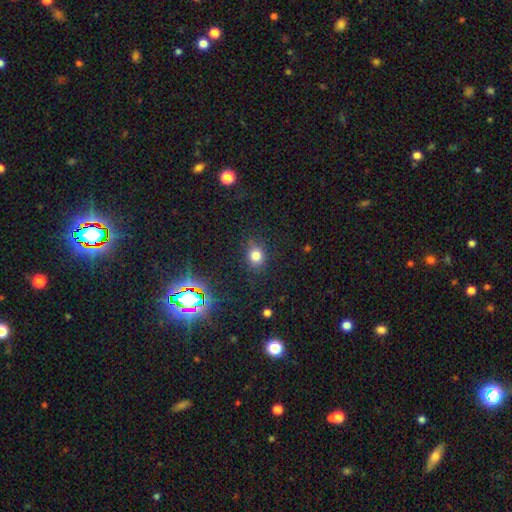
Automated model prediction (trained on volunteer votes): smooth 76%, star or artifact 17%, featured or disk 7%. Down the decision tree: how rounded — round (66%); merging — none (81%).